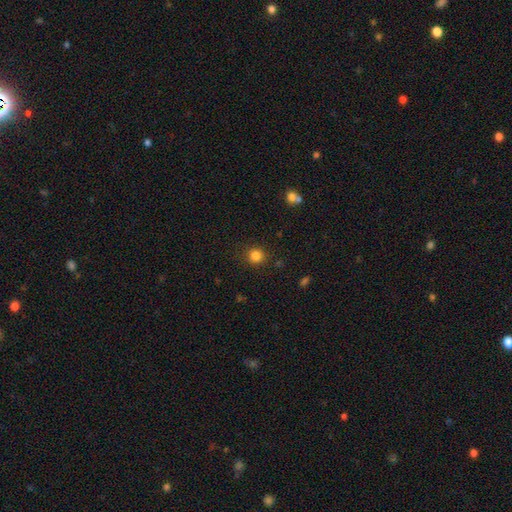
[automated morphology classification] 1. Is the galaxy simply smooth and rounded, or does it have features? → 83% smooth, 13% star or artifact, 4% featured or disk.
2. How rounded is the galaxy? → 93% round, 7% in between, 1% cigar-shaped.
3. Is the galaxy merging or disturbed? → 89% none, 7% minor disturbance, 2% major disturbance, 2% merger.